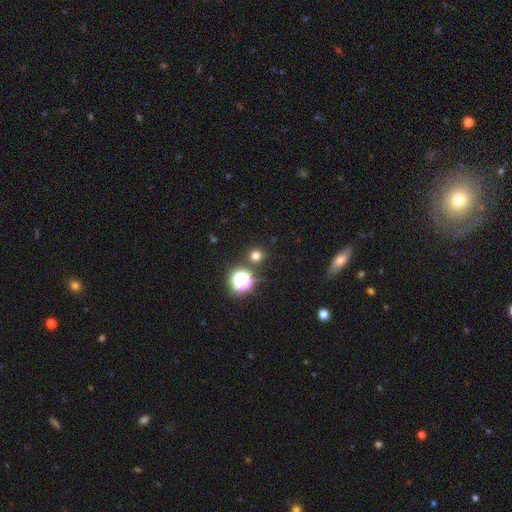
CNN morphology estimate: Smooth or featured? smooth (70%)
How rounded? round (94%)
Merging? none (89%)